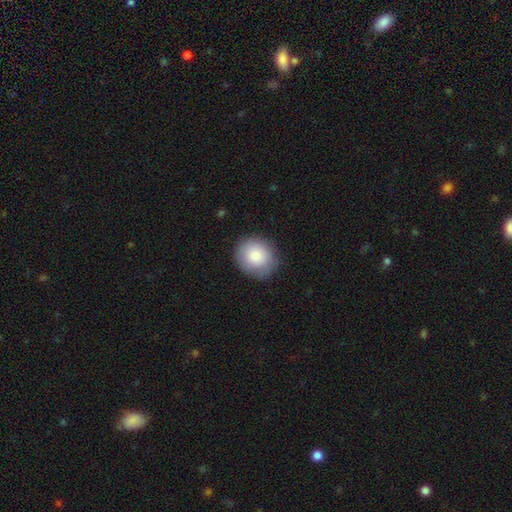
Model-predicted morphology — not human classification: This is clearly a smooth galaxy (84%). How rounded: likely round (79%). Merging: clearly none (81%).